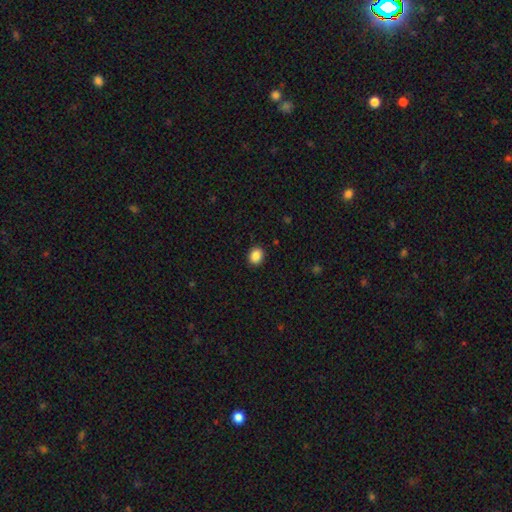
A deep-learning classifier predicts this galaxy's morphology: Overall: smooth (88%). How rounded: round (61%; in between 38%). Merging: none (91%).